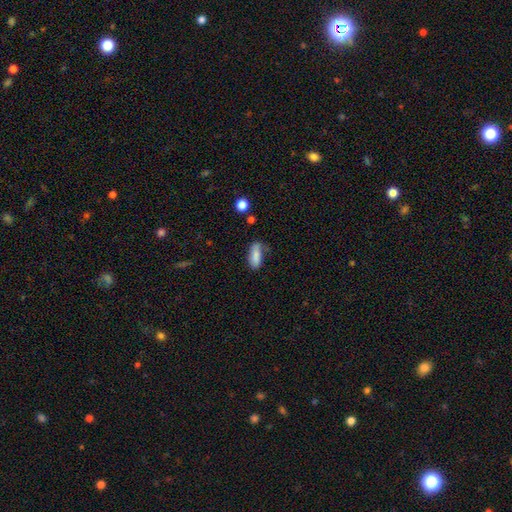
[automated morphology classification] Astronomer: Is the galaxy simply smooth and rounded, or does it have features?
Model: smooth — 81%.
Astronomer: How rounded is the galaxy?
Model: in between — 80%.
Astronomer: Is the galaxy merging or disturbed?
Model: none — 54% (runner-up: minor disturbance, 30%).